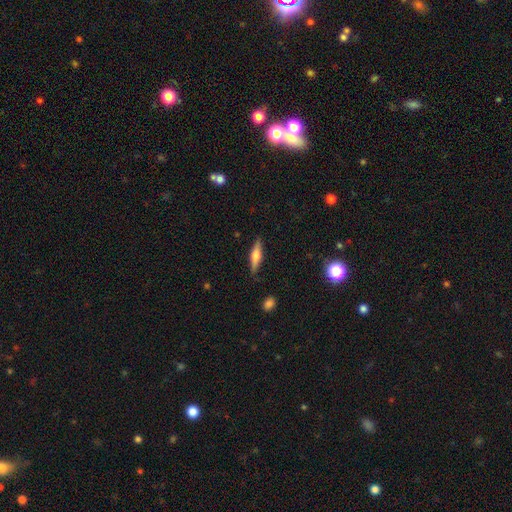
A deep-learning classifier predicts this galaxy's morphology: Overall: featured or disk (50%; smooth 44%). Merging: none (88%).